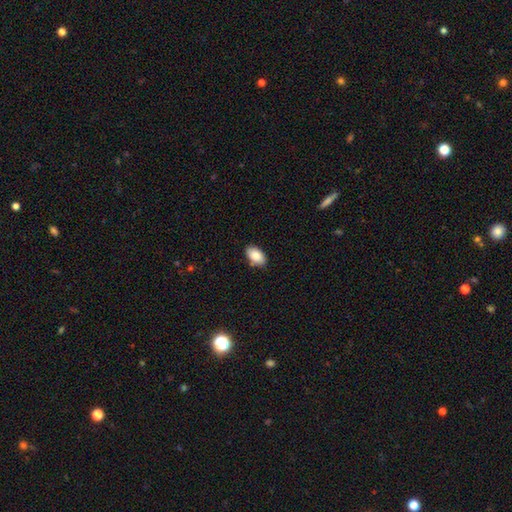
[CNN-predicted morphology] This appears to be a smooth galaxy with no disk features (87%) that is in between round and cigar-shaped (93%). Merging: none (84%).